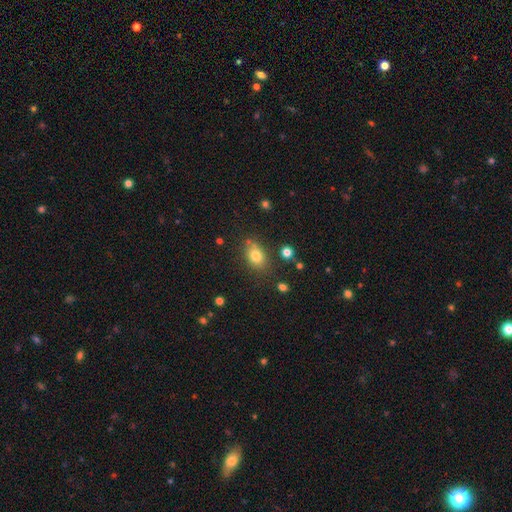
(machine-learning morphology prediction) Smooth or featured? smooth (79%)
How rounded? in between (70%)
Merging? none (73%)